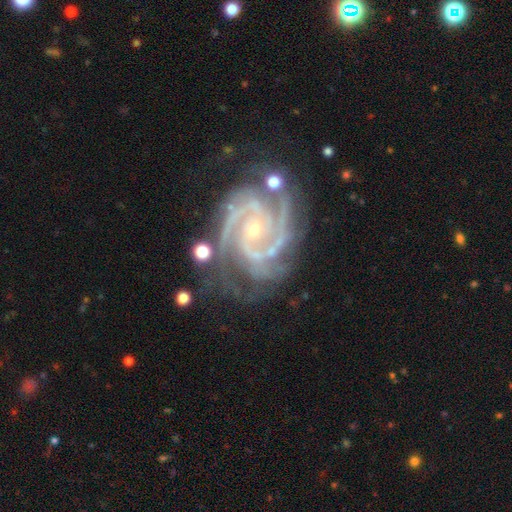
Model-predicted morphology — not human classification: Q: Smooth or featured?
A: featured or disk (93%); runner-up: star or artifact (5%)
Q: Edge-on disk?
A: no (98%); runner-up: yes (2%)
Q: Bar?
A: no (63%); runner-up: weak (26%)
Q: Spiral arms?
A: yes (99%); runner-up: no (1%)
Q: Spiral winding?
A: tight (64%); runner-up: medium (33%)
Q: Spiral arm count?
A: 3 (38%); runner-up: 2 (22%)
Q: Bulge size?
A: small (71%); runner-up: moderate (25%)
Q: Merging?
A: none (64%); runner-up: minor disturbance (22%)